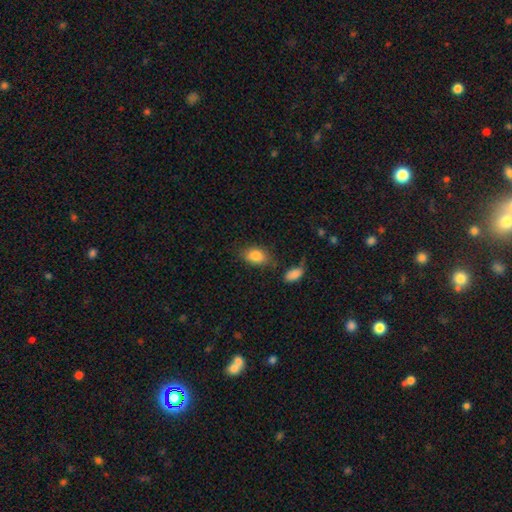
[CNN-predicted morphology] Smooth or featured? smooth (83%)
How rounded? in between (84%)
Merging? none (68%)